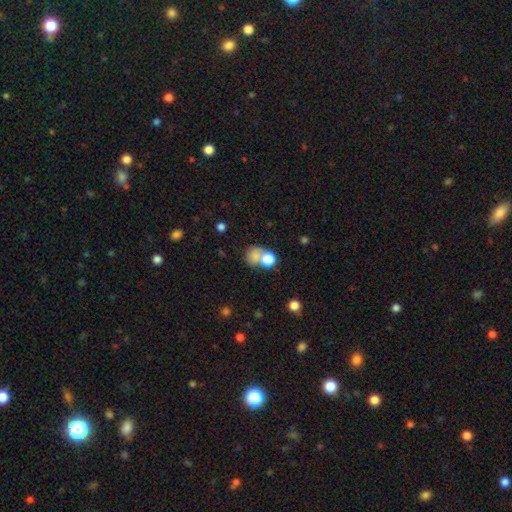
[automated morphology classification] Smooth or featured? Predicted: smooth (p=0.75). How rounded? Predicted: round (p=0.69). Merging? Predicted: none (p=0.42).